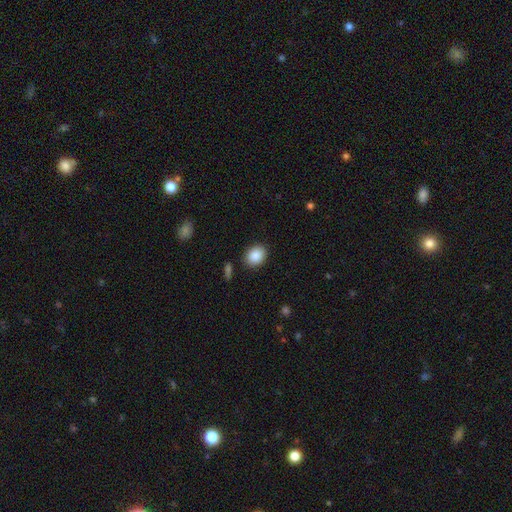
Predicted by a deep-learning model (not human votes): Smooth or featured?
  - smooth: 87% *
  - star or artifact: 7%
  - featured or disk: 5%
How rounded?
  - in between: 58% *
  - round: 41%
  - cigar-shaped: 1%
Merging?
  - none: 87% *
  - minor disturbance: 8%
  - major disturbance: 2%
  - merger: 2%